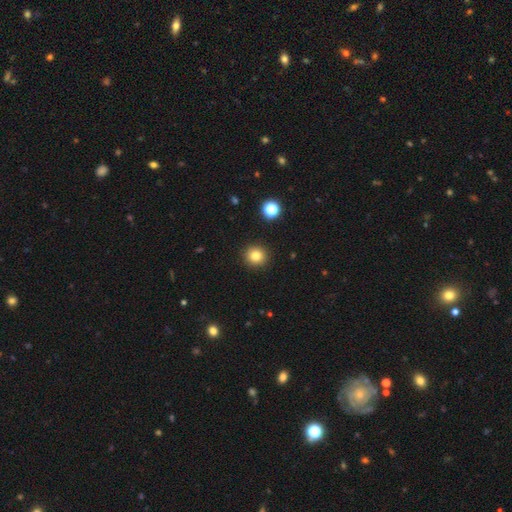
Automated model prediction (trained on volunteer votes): Q: Smooth or featured?
A: smooth (82%); runner-up: star or artifact (12%)
Q: How rounded?
A: round (92%); runner-up: in between (7%)
Q: Merging?
A: none (92%); runner-up: minor disturbance (5%)